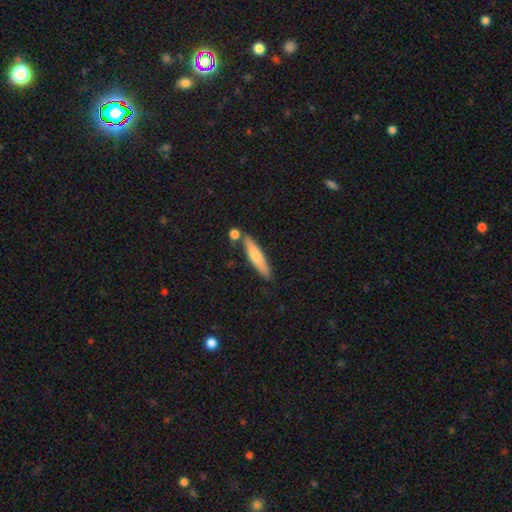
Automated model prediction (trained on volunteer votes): A smooth galaxy with no disk features (68%) that is cigar-shaped (84%). Merging: none (75%).